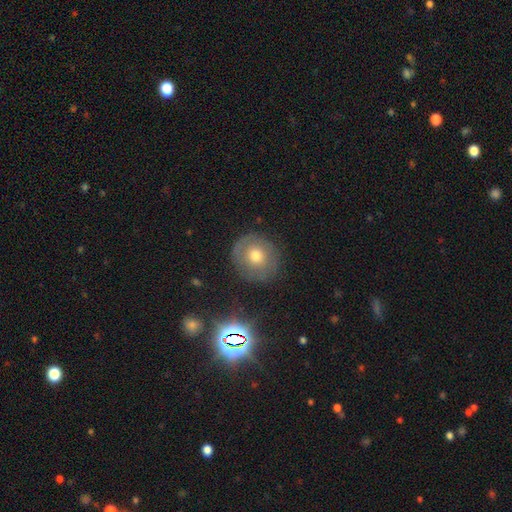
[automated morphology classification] Smooth or featured? smooth (58%)
How rounded? round (87%)
Merging? none (82%)